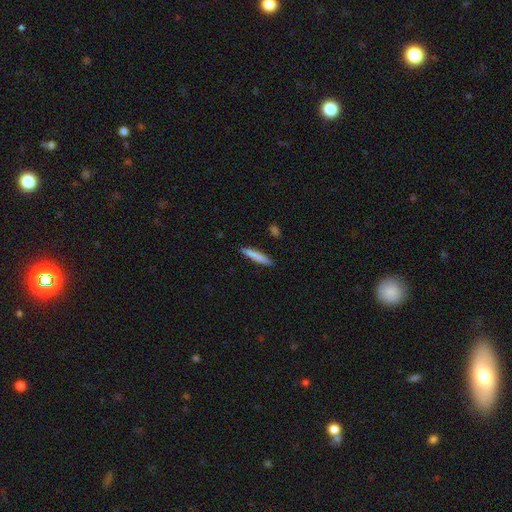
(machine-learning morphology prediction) A smooth galaxy with no disk features (81%) that is cigar-shaped (93%). Merging: none (90%).